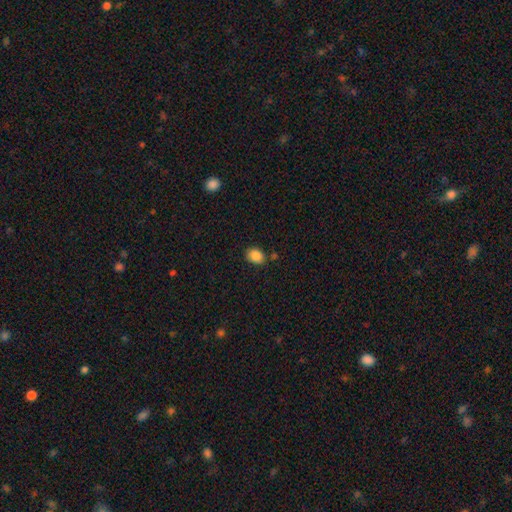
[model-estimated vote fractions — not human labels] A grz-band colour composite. It shows a smooth galaxy with no disk features (87%) that is in between round and cigar-shaped (61%). Merging: none (77%).